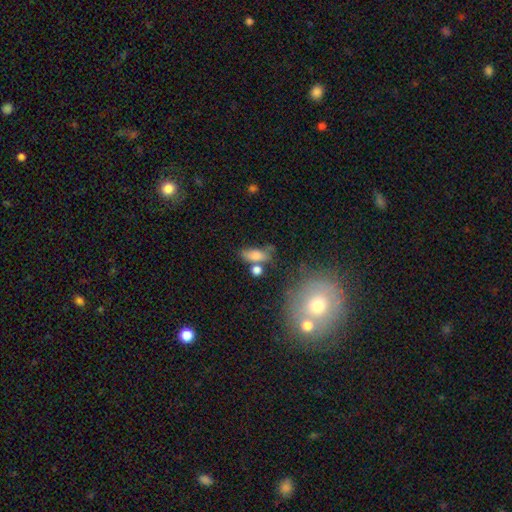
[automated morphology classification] Smooth or featured? Predicted: smooth (p=0.77). How rounded? Predicted: in between (p=0.76). Merging? Predicted: none (p=0.48).